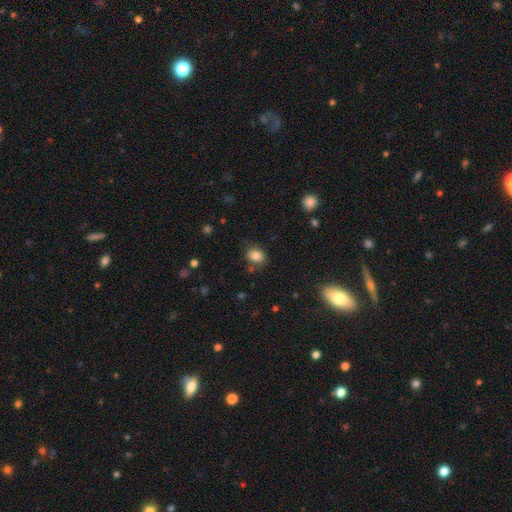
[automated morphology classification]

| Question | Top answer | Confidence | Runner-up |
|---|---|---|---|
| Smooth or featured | smooth | 82% | star or artifact (11%) |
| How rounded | round | 50% | in between (49%) |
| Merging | none | 78% | minor disturbance (14%) |